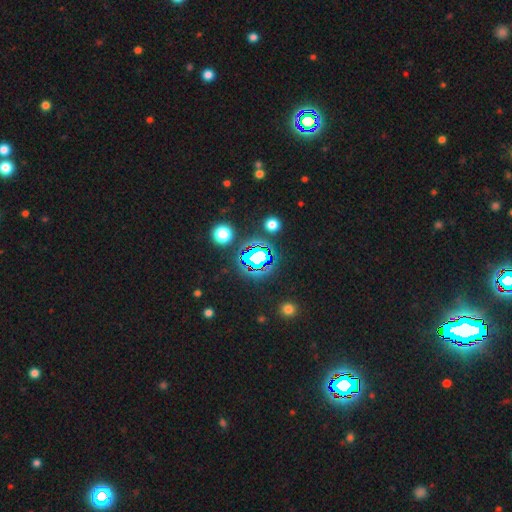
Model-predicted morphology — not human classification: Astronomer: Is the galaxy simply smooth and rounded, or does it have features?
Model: star or artifact — 73%.